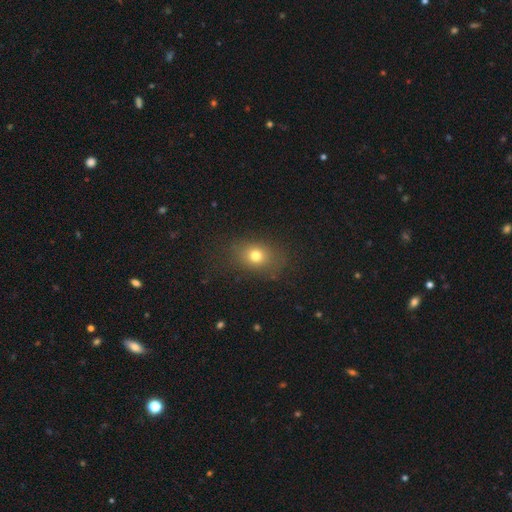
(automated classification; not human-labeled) A smooth galaxy with no disk features (75%) that is in between round and cigar-shaped (54%).

Vote fractions:
- Smooth or featured? smooth: 75% / star or artifact: 15% / featured or disk: 11%
- How rounded? in between: 54% / round: 45% / cigar-shaped: 1%
- Merging? none: 78% / minor disturbance: 14% / major disturbance: 7% / merger: 1%